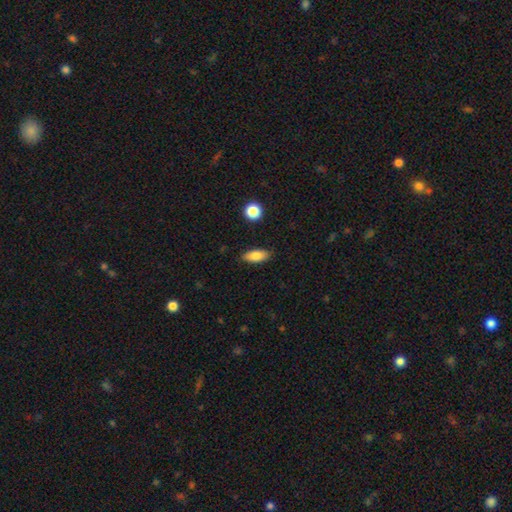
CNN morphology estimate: Smooth or featured? smooth (82%)
How rounded? in between (82%)
Merging? none (85%)